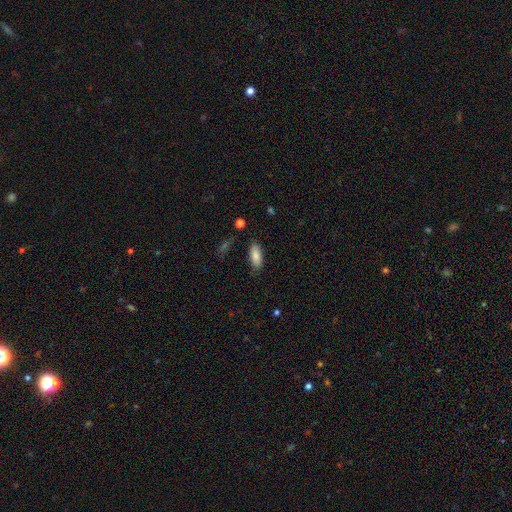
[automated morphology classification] A smooth galaxy with no disk features (85%) that is in between round and cigar-shaped (79%). Merging: none (80%).